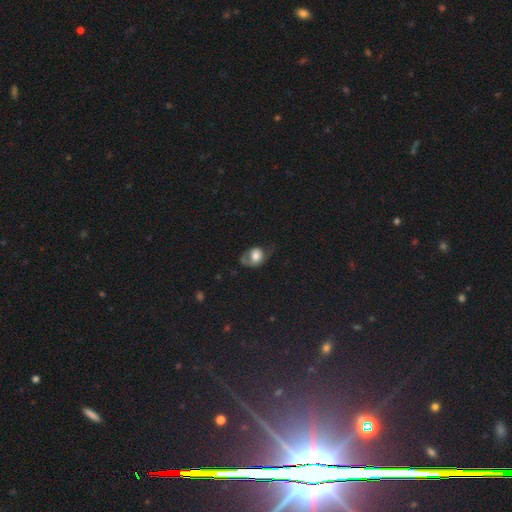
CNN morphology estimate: A smooth galaxy with no disk features (63%) that is round (50%).

Vote fractions:
- Smooth or featured? smooth: 63% / featured or disk: 26% / star or artifact: 10%
- How rounded? round: 50% / in between: 49% / cigar-shaped: 1%
- Merging? major disturbance: 36% / none: 32% / minor disturbance: 29% / merger: 3%